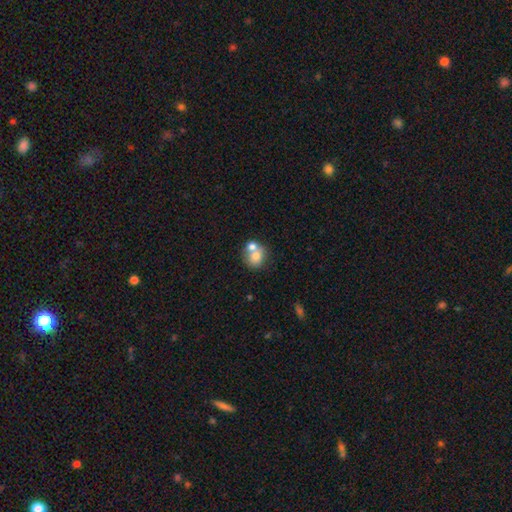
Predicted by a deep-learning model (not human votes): Morphology: type=smooth (71%); roundness=round (76%); merging=merger (47%).